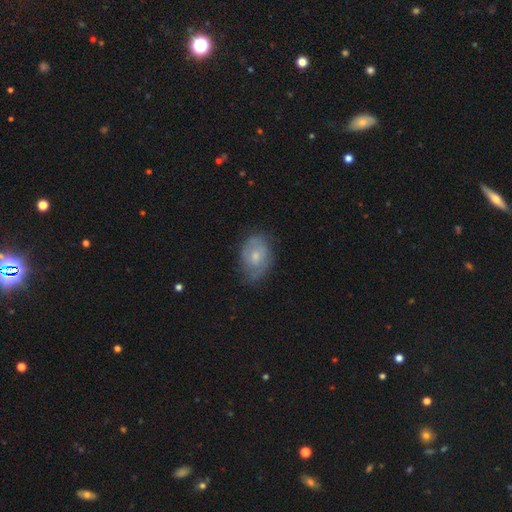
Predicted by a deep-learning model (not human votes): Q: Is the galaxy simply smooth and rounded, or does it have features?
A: featured or disk — 58%.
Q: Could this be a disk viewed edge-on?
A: no — 96%.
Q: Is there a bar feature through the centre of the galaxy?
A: no — 62%.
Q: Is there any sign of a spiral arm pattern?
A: yes — 76%.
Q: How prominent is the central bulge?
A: small — 51%.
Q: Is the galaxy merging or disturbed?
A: none — 64%.